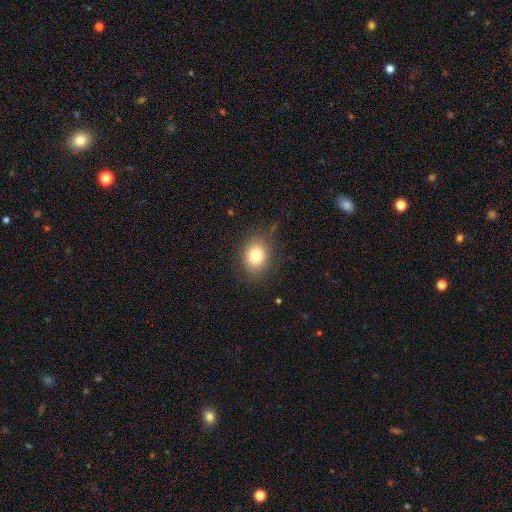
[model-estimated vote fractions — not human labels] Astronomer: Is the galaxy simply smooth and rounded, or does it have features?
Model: smooth — 80%.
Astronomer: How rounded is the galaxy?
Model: in between — 51% (runner-up: round, 48%).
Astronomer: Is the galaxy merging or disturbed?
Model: none — 82%.